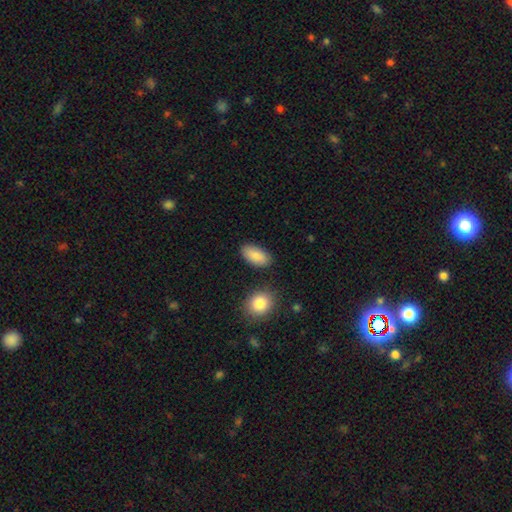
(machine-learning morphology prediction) A smooth galaxy with no disk features (87%) that is in between round and cigar-shaped (93%). Merging: none (84%).